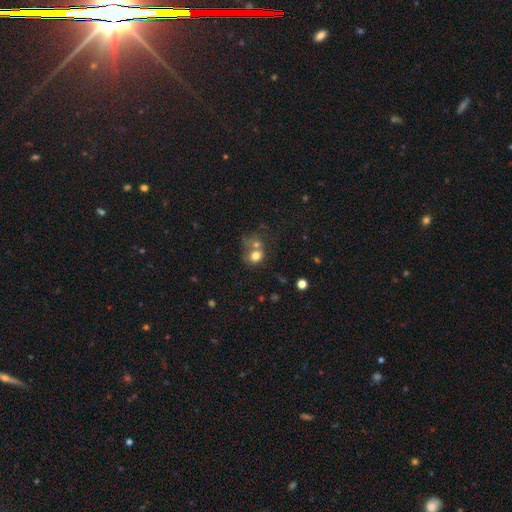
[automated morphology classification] smooth 72%, featured or disk 15%, star or artifact 13%. Down the decision tree: how rounded — round (63%); merging — merger (48%).